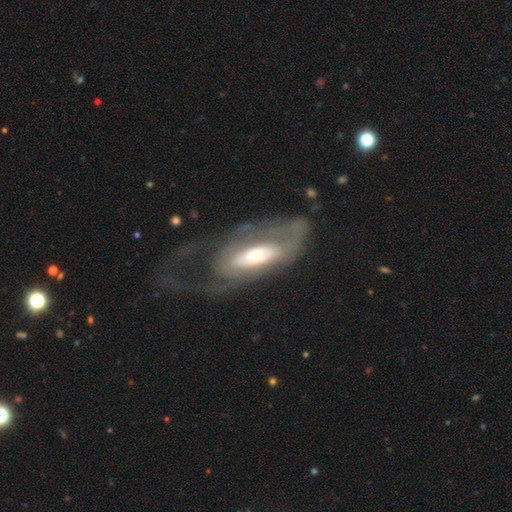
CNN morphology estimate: Overall: featured or disk (71%). Edge-on disk: no (87%). Bar: no (53%; weak 28%). Spiral arms: yes (58%; no 42%). Bulge size: moderate (47%; small 43%). Merging: major disturbance (49%; none 31%).